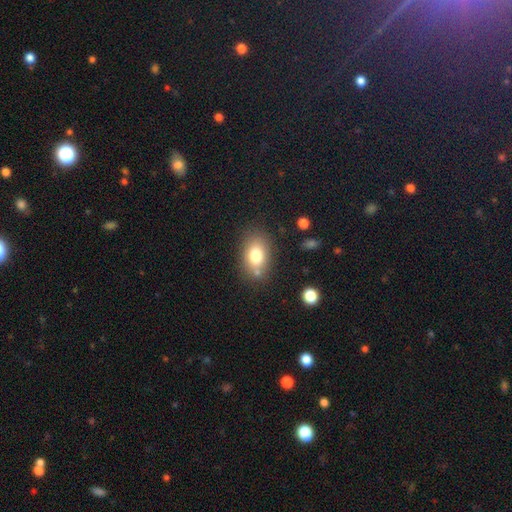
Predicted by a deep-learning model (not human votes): The model was most divided on "merging": none: 73%, minor disturbance: 15%, merger: 8%, major disturbance: 5%. More confident: how rounded — in between (80%); smooth or featured — smooth (77%).